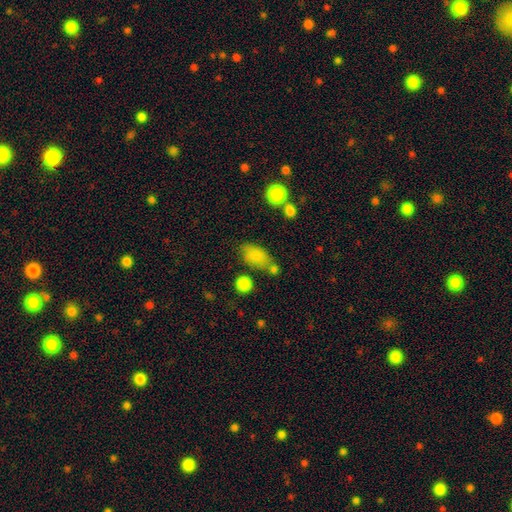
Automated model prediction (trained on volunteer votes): Smooth or featured? Predicted: smooth (p=0.81). How rounded? Predicted: in between (p=0.85). Merging? Predicted: none (p=0.56).